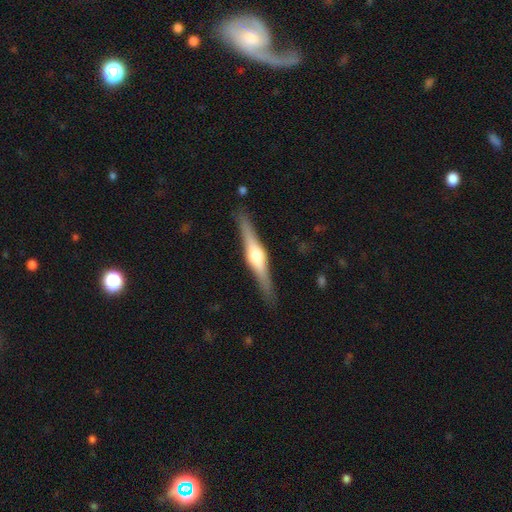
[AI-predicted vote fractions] Smooth or featured? Predicted: featured or disk (p=0.73). Edge-on disk? Predicted: yes (p=0.97). Edge-on bulge? Predicted: rounded (p=0.87). Merging? Predicted: none (p=0.88).